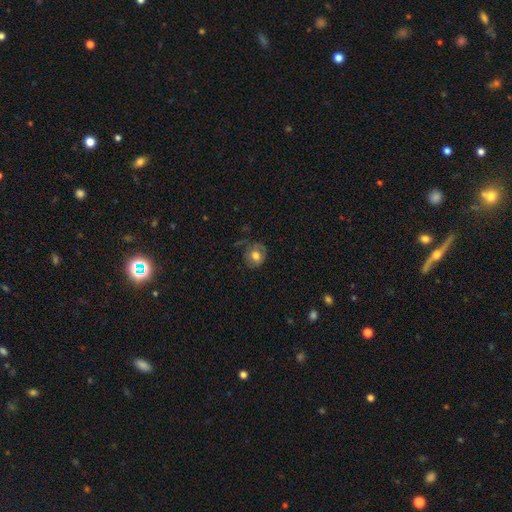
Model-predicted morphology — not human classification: Overall: smooth (67%). How rounded: round (75%). Merging: none (65%).